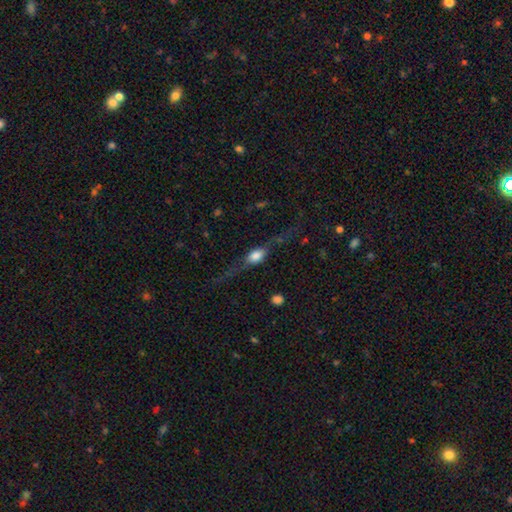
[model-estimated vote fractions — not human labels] A featured or disk galaxy (65%) viewed edge-on (85%) with a rounded central bulge (90%).

Vote fractions:
- Smooth or featured? featured or disk: 65% / smooth: 27% / star or artifact: 8%
- Edge-on disk? yes: 85% / no: 15%
- Edge-on bulge? rounded: 90% / boxy: 7% / none: 3%
- Merging? none: 66% / minor disturbance: 16% / major disturbance: 15% / merger: 3%